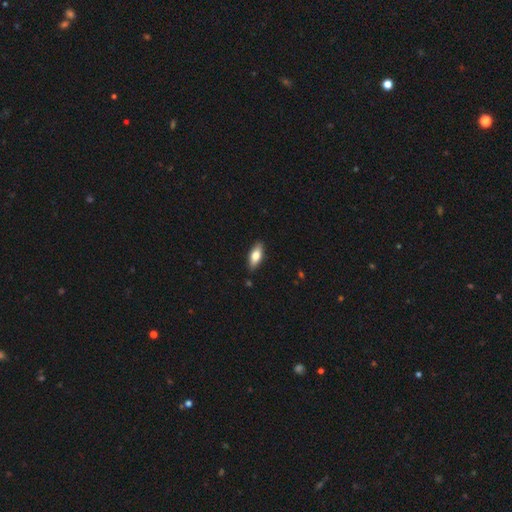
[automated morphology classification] This is likely a smooth galaxy (72%). How rounded: likely in between (74%). Merging: clearly none (87%).